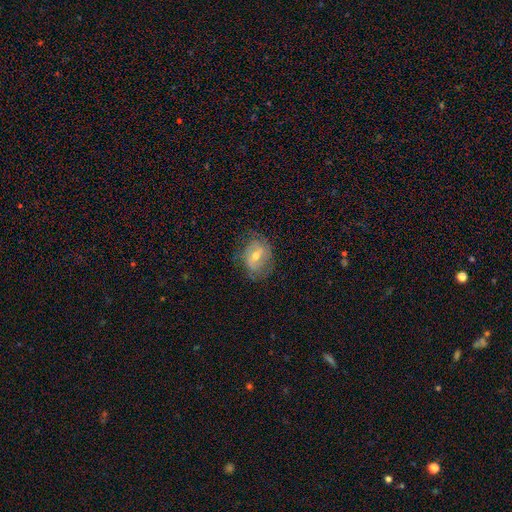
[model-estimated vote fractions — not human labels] Smooth or featured: featured or disk — 56% (smooth — 35%)
Edge-on disk: no — 94% (yes — 6%)
Bar: weak — 45% (no — 30%)
Spiral arms: yes — 61% (no — 39%)
Bulge size: moderate — 62% (small — 33%)
Merging: none — 68% (minor disturbance — 21%)